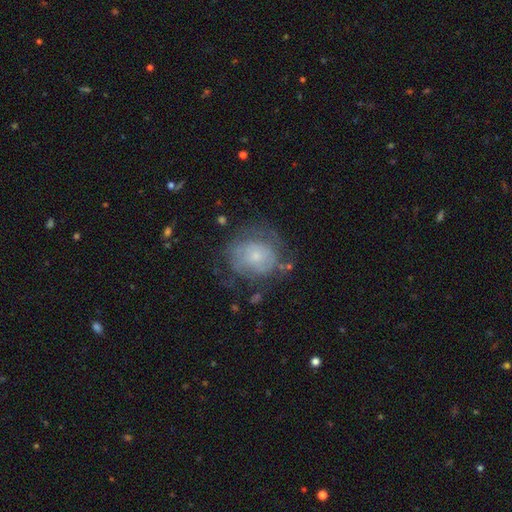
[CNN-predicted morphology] The model was most divided on "smooth or featured": featured or disk: 49%, smooth: 42%, star or artifact: 9%. More confident: merging — none (56%).